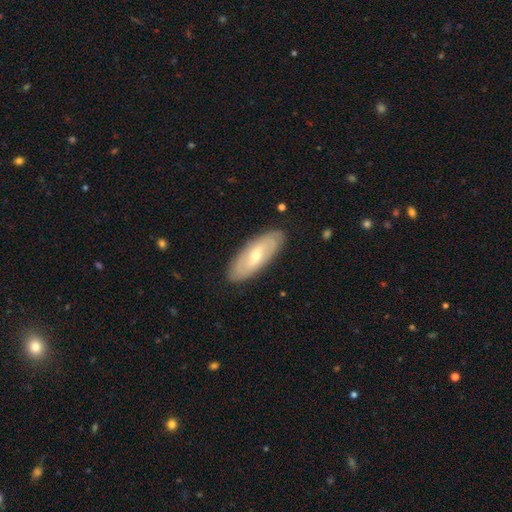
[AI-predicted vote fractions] Smooth or featured?
  - featured or disk: 54% *
  - smooth: 40%
  - star or artifact: 6%
Edge-on disk?
  - no: 79% *
  - yes: 21%
Merging?
  - none: 87% *
  - minor disturbance: 10%
  - major disturbance: 2%
  - merger: 1%